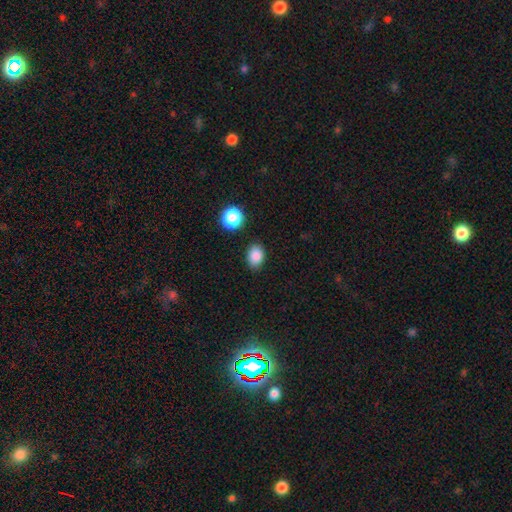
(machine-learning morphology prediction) Overall: smooth (87%). How rounded: in between (74%). Merging: none (83%).